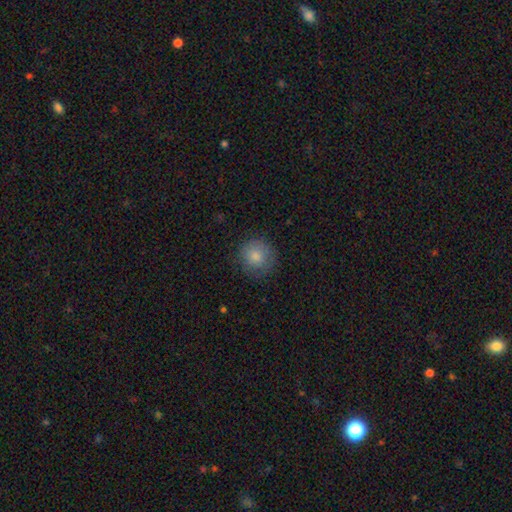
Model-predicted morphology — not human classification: A smooth galaxy with no disk features (83%) that is round (92%).

Vote fractions:
- Smooth or featured? smooth: 83% / featured or disk: 9% / star or artifact: 8%
- How rounded? round: 92% / in between: 8% / cigar-shaped: 1%
- Merging? none: 79% / minor disturbance: 15% / major disturbance: 5% / merger: 1%